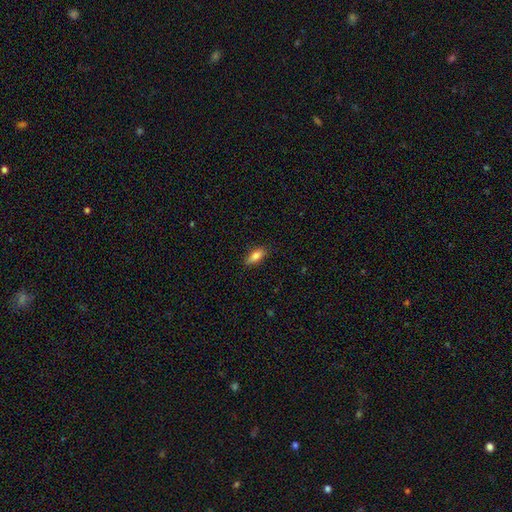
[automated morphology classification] Smooth or featured? smooth (82%)
How rounded? in between (78%)
Merging? none (83%)